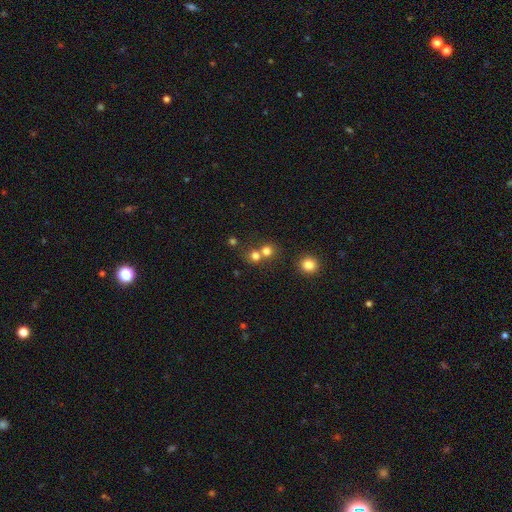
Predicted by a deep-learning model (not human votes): smooth-or-featured: smooth: 74% | star or artifact: 17% | featured or disk: 9%
  how-rounded: round: 86% | in between: 13% | cigar-shaped: 1%
  merging: none: 50% | merger: 42% | minor disturbance: 6% | major disturbance: 3%